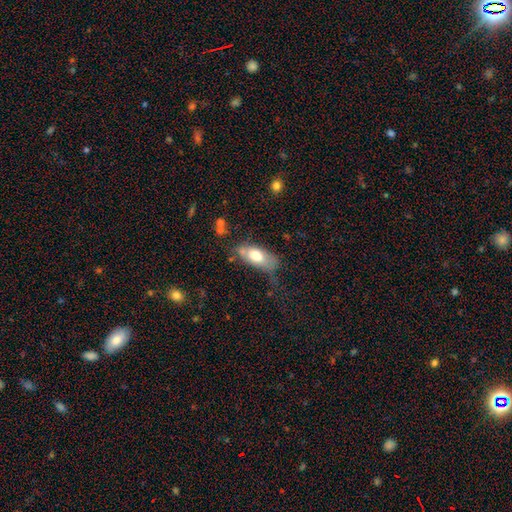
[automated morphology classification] smooth 68%, featured or disk 25%, star or artifact 7%. Down the decision tree: how rounded — in between (85%); merging — none (50%).